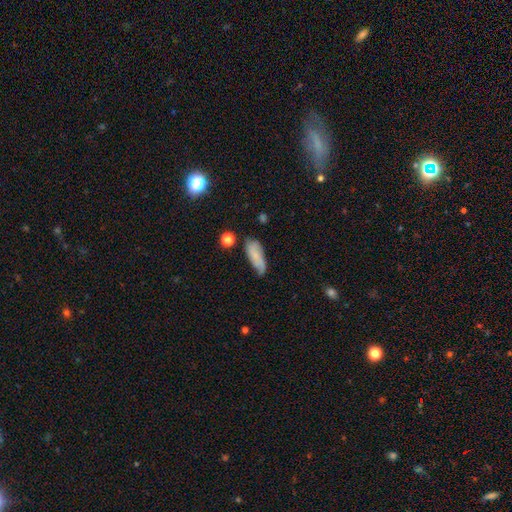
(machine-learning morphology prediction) Smooth or featured?
  - smooth: 69% *
  - featured or disk: 23%
  - star or artifact: 8%
How rounded?
  - in between: 69% *
  - cigar-shaped: 28%
  - round: 3%
Merging?
  - none: 55% *
  - minor disturbance: 32%
  - major disturbance: 9%
  - merger: 4%